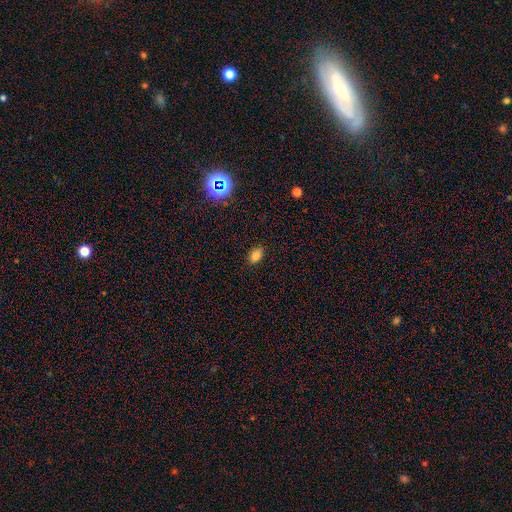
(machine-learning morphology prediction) type=smooth (80%); roundness=in between (87%); merging=none (86%).